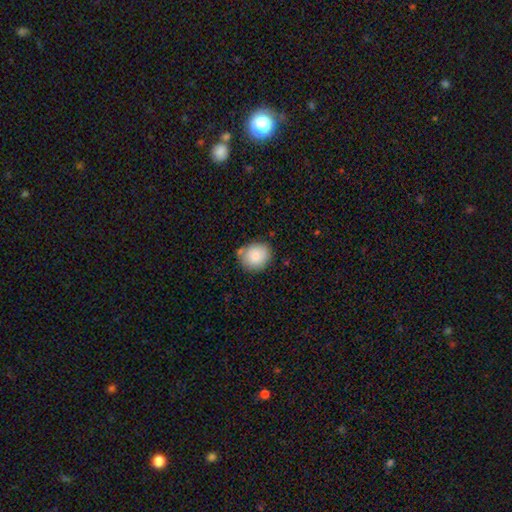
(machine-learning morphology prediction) smooth 83%, featured or disk 9%, star or artifact 7%. Down the decision tree: how rounded — round (76%); merging — none (73%).